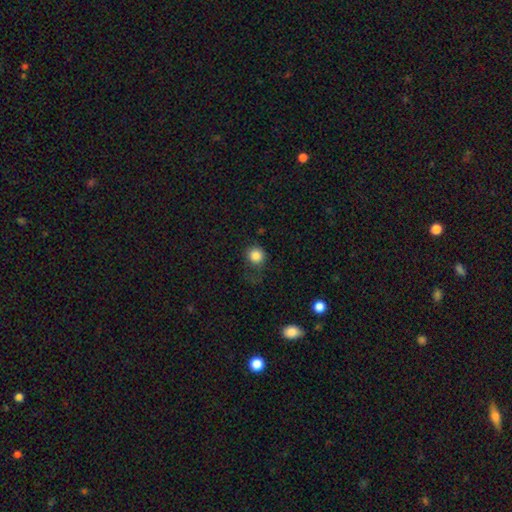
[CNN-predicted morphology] Smooth or featured?
  - smooth: 84% *
  - star or artifact: 11%
  - featured or disk: 5%
How rounded?
  - round: 90% *
  - in between: 10%
  - cigar-shaped: 1%
Merging?
  - none: 65% *
  - minor disturbance: 20%
  - major disturbance: 13%
  - merger: 2%